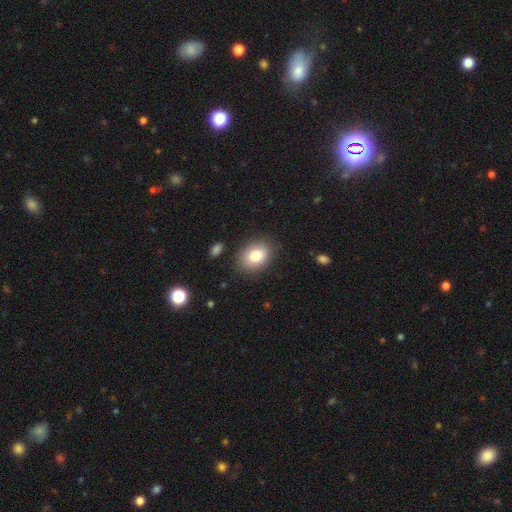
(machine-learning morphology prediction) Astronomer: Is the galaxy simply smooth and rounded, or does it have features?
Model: smooth — 81%.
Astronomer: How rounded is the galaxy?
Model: in between — 72%.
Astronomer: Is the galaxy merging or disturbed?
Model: none — 84%.